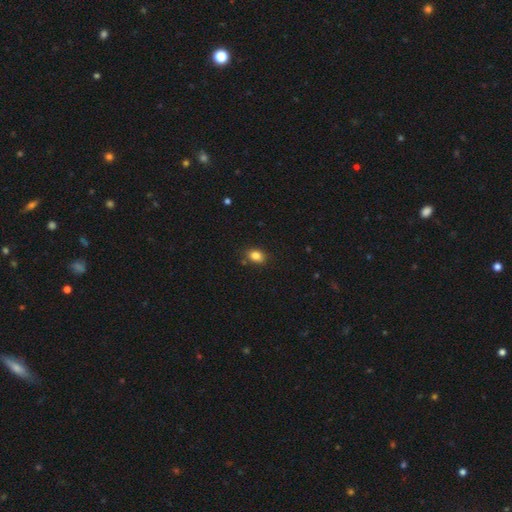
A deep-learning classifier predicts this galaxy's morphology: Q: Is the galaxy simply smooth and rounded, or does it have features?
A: smooth — 84%.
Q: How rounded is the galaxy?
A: in between — 70%.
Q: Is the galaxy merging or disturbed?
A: none — 81%.